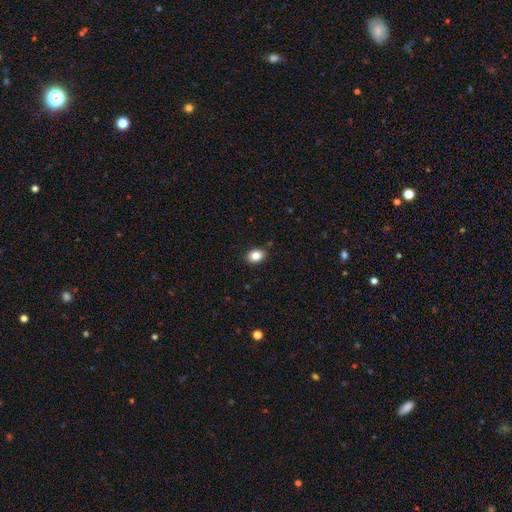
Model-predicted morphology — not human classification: A smooth galaxy with no disk features (84%) that is in between round and cigar-shaped (64%). Merging: none (87%).